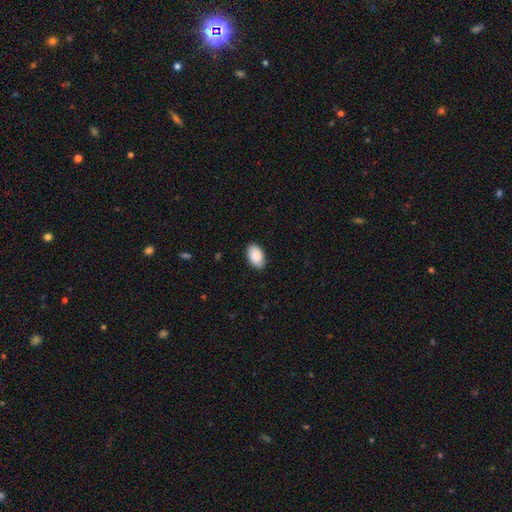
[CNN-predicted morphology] Smooth or featured? Predicted: smooth (p=0.88). How rounded? Predicted: in between (p=0.93). Merging? Predicted: none (p=0.87).